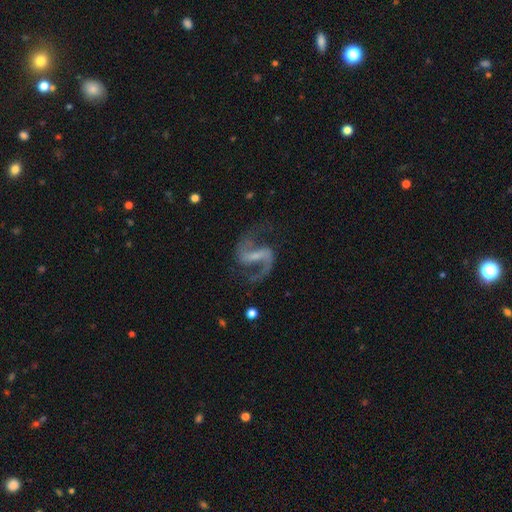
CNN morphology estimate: Smooth or featured? Predicted: featured or disk (p=0.92). Edge-on disk? Predicted: no (p=0.98). Bar? Predicted: strong (p=0.52). Spiral arms? Predicted: yes (p=0.98). Spiral winding? Predicted: medium (p=0.52). Spiral arm count? Predicted: 2 (p=0.94). Bulge size? Predicted: small (p=0.43). Merging? Predicted: none (p=0.77).